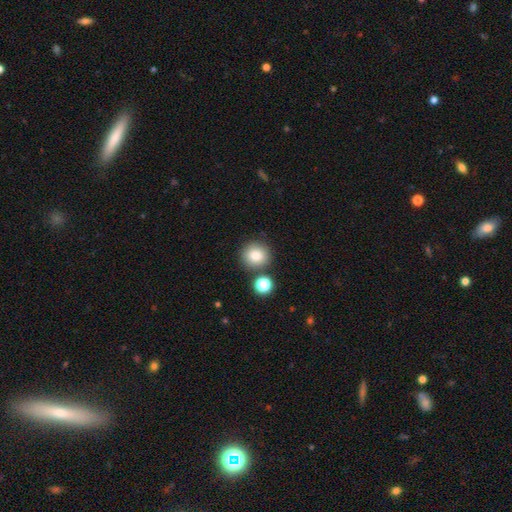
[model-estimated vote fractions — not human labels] Morphology: type=smooth (83%); roundness=round (90%); merging=none (79%).